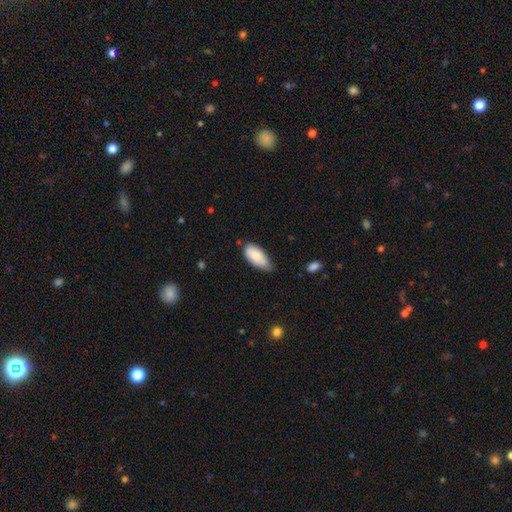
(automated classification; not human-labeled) smooth 84%, featured or disk 10%, star or artifact 6%. Down the decision tree: how rounded — in between (92%); merging — none (58%).